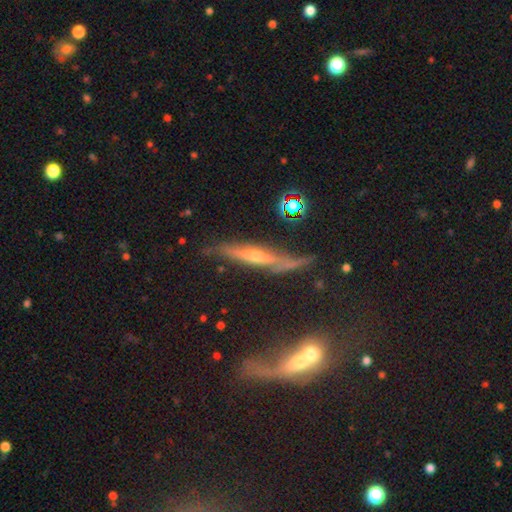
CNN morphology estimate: This is likely a featured or disk galaxy (64%). It is clearly viewed edge-on (84%). Edge-on bulge: likely rounded (65%). Merging: likely none (65%).